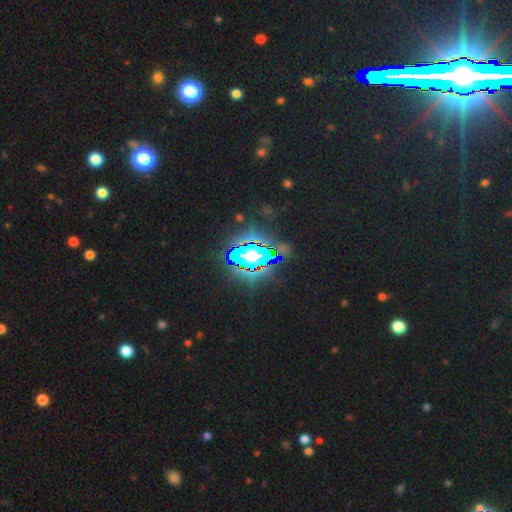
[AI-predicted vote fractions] Smooth or featured: star or artifact — 73% (smooth — 14%)